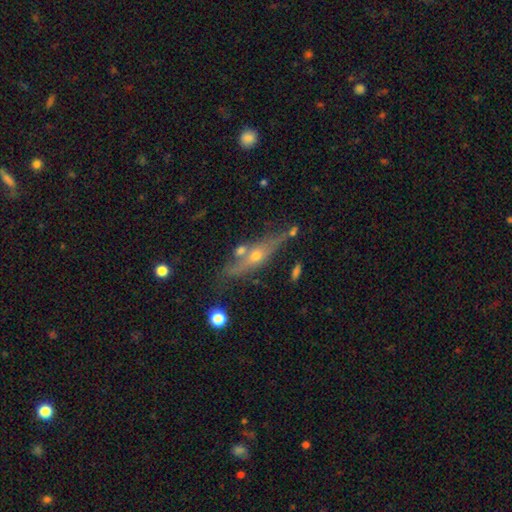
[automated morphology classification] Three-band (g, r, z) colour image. It shows a featured or disk galaxy (73%) viewed edge-on (89%) with a rounded central bulge (91%). Merging: none (74%).